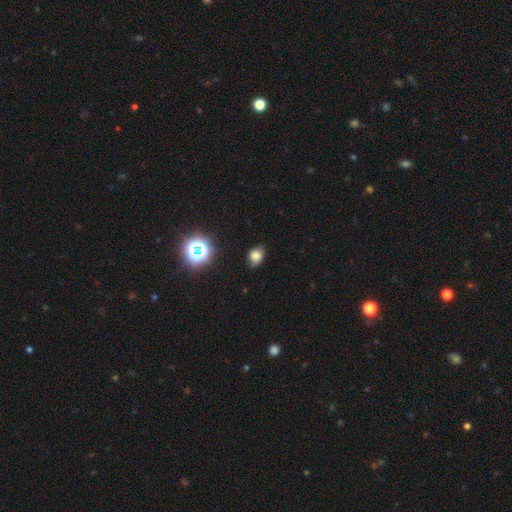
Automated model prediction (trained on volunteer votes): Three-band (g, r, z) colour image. It shows a smooth galaxy with no disk features (69%) that is in between round and cigar-shaped (71%). Merging: none (71%).